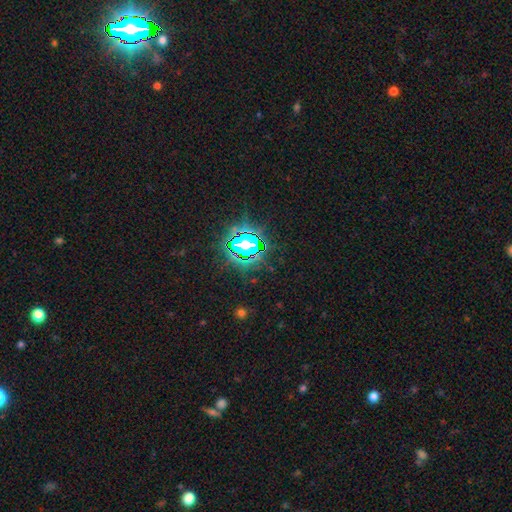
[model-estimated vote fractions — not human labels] Smooth or featured? star or artifact (83%)